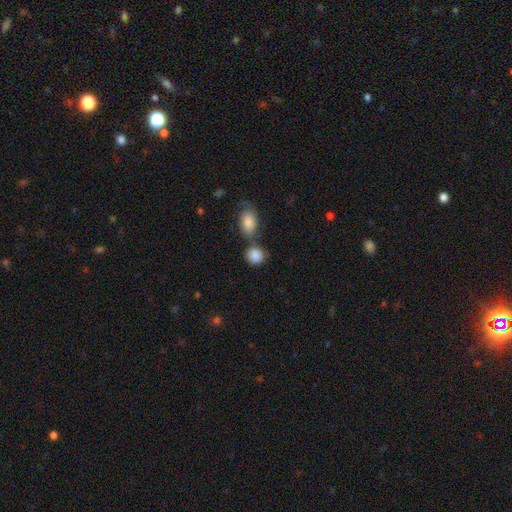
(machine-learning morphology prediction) smooth_or_featured: smooth (p=0.88) [alt: star or artifact p=0.07]
how_rounded: round (p=0.70) [alt: in between p=0.29]
merging: none (p=0.51) [alt: merger p=0.31]